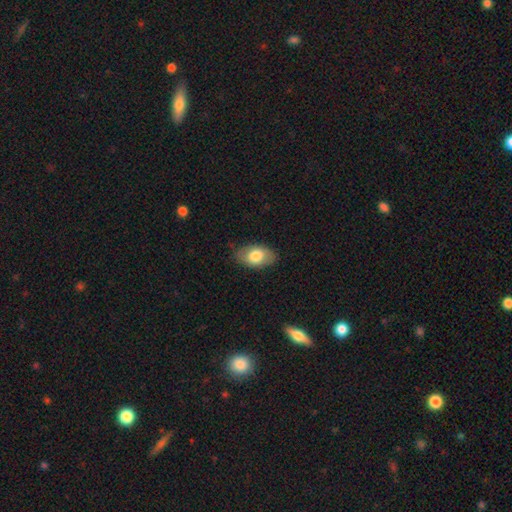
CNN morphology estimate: smooth-or-featured: smooth: 75% | featured or disk: 18% | star or artifact: 6%
  how-rounded: in between: 92% | round: 7% | cigar-shaped: 2%
  merging: none: 81% | minor disturbance: 15% | major disturbance: 3% | merger: 1%